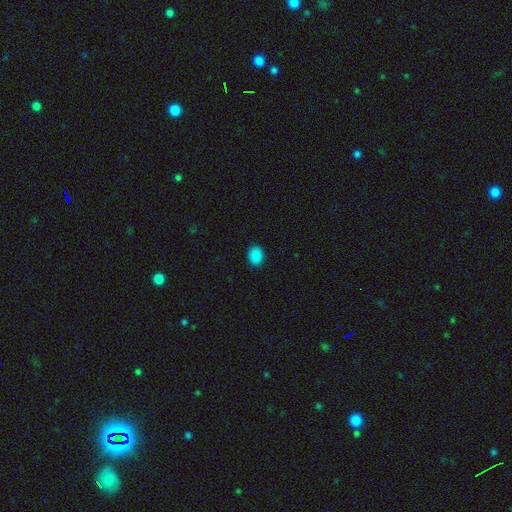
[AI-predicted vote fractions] smooth-or-featured: smooth: 87% | star or artifact: 11% | featured or disk: 2%
  how-rounded: in between: 55% | round: 44% | cigar-shaped: 1%
  merging: none: 90% | minor disturbance: 7% | major disturbance: 2% | merger: 1%